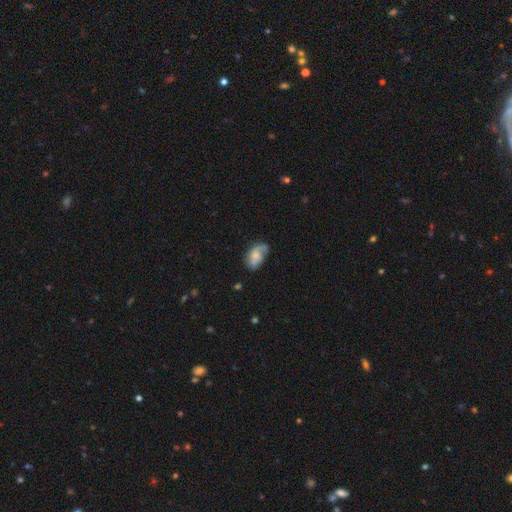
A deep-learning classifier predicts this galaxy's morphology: Smooth or featured? Predicted: featured or disk (p=0.50). Merging? Predicted: none (p=0.45).